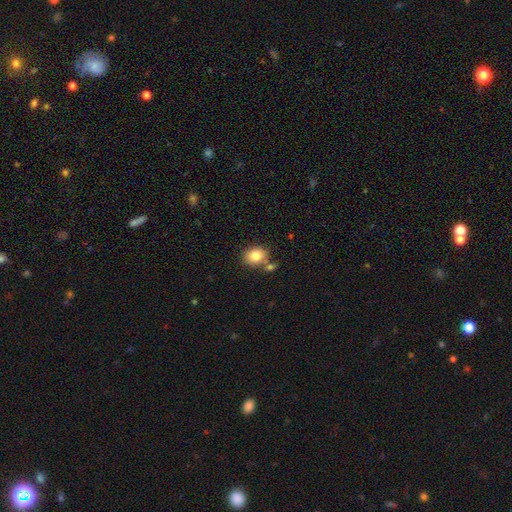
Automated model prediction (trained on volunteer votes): Smooth or featured? Predicted: smooth (p=0.81). How rounded? Predicted: round (p=0.52). Merging? Predicted: none (p=0.65).